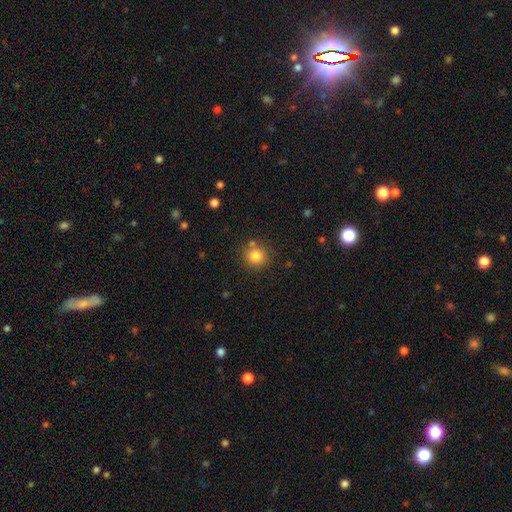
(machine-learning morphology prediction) Smooth or featured? Predicted: smooth (p=0.82). How rounded? Predicted: round (p=0.90). Merging? Predicted: none (p=0.79).